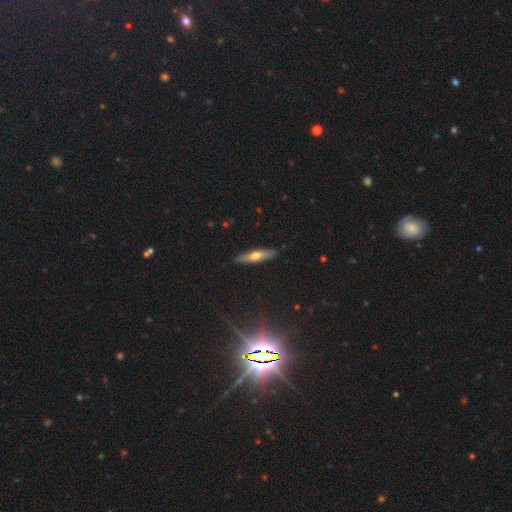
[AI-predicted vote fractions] The model was most divided on "smooth or featured": smooth: 56%, featured or disk: 38%, star or artifact: 7%. More confident: merging — none (88%); how rounded — cigar-shaped (77%).